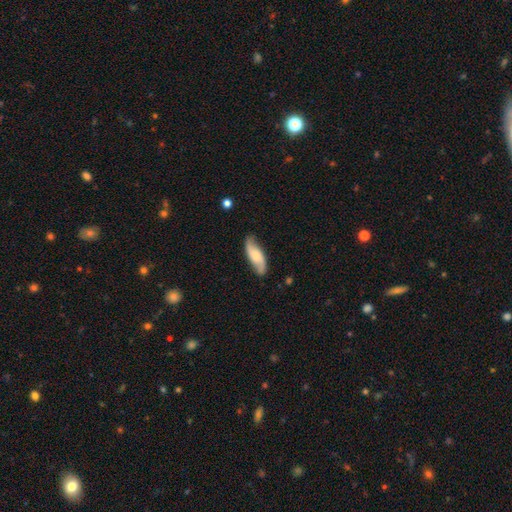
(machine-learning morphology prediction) featured or disk 49%, smooth 45%, star or artifact 6%. Down the decision tree: merging — none (78%).